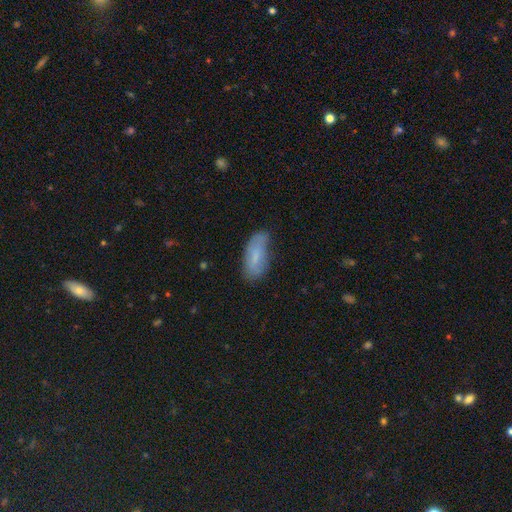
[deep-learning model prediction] Smooth or featured: smooth — 71% (featured or disk — 21%)
How rounded: in between — 83% (cigar-shaped — 15%)
Merging: none — 65% (minor disturbance — 27%)